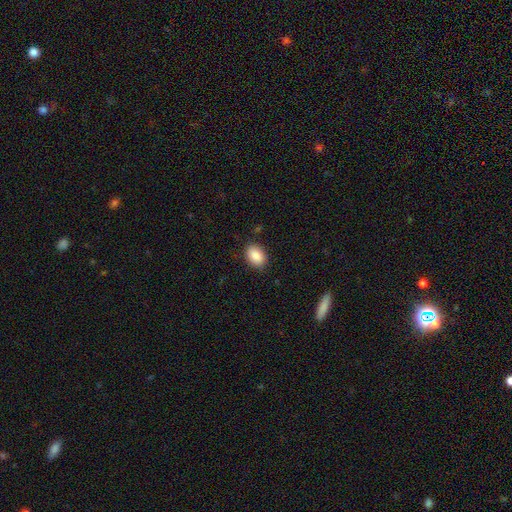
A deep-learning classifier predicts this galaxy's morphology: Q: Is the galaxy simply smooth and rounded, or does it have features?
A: smooth — 86%.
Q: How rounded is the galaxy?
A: in between — 81%.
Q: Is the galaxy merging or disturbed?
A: none — 87%.